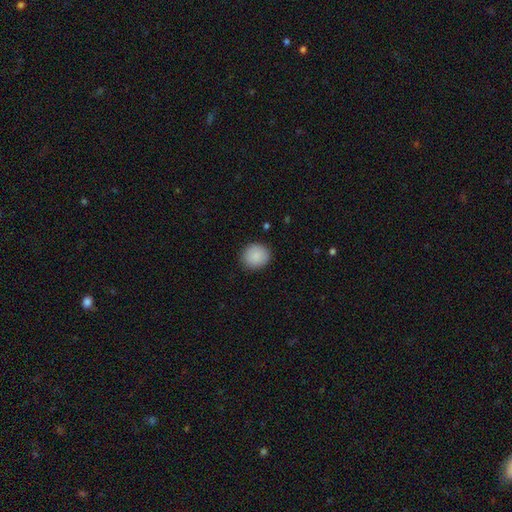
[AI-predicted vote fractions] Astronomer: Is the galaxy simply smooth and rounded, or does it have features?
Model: smooth — 89%.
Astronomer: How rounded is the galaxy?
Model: round — 82%.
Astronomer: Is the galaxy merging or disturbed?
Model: none — 89%.